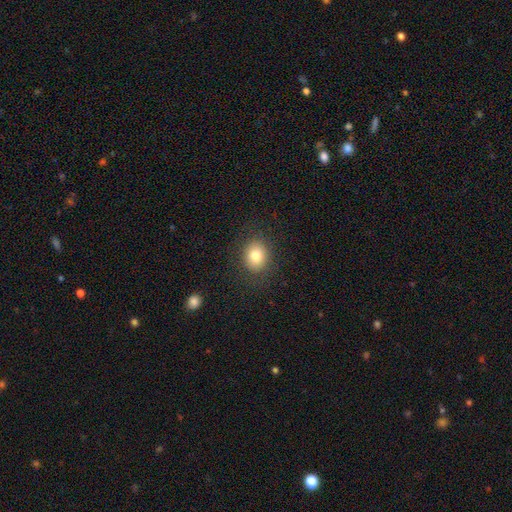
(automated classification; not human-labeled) Smooth or featured? smooth (80%)
How rounded? round (61%)
Merging? none (86%)